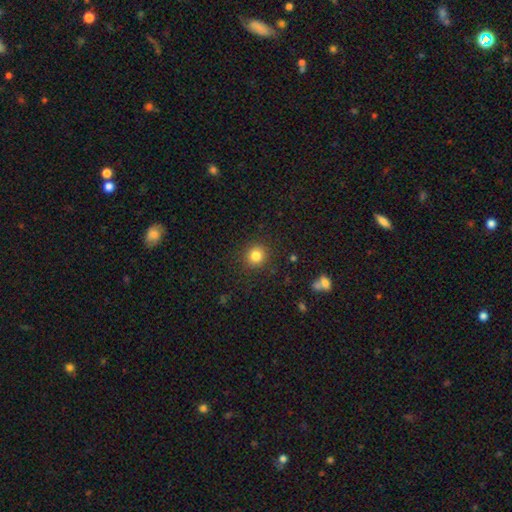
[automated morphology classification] The model was most divided on "smooth or featured": smooth: 83%, star or artifact: 12%, featured or disk: 6%. More confident: how rounded — round (90%); merging — none (90%).